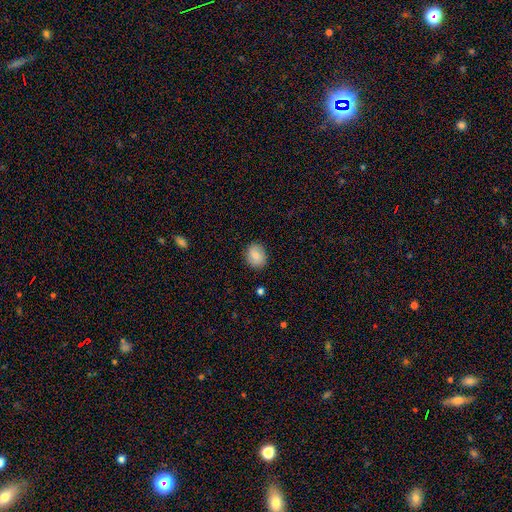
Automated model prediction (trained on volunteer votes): The model was most divided on "how rounded": round: 56%, in between: 43%, cigar-shaped: 1%. More confident: merging — none (86%); smooth or featured — smooth (79%).